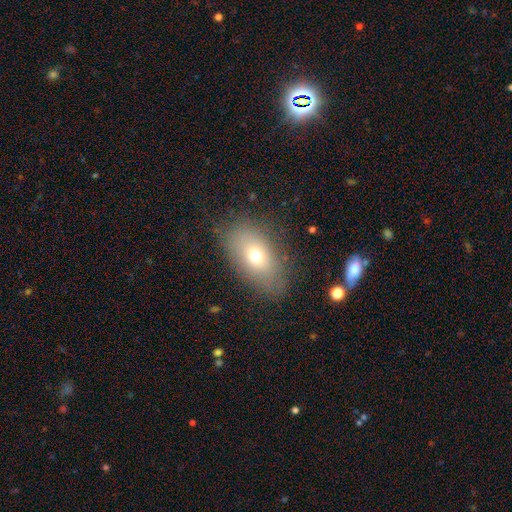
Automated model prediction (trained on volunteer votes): This is likely a smooth galaxy (68%). How rounded: clearly in between (88%). Merging: likely none (78%).